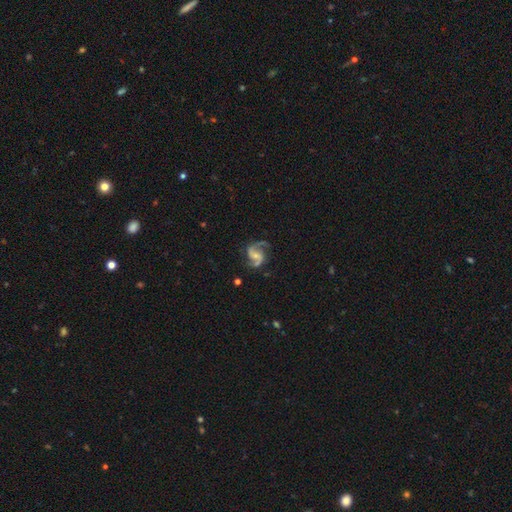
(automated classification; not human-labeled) A featured or disk galaxy (91%) with a weak bar (44%), 2 (93%) medium (53%) spiral arms (98%) and a small central bulge (54%). Merging: none (73%).